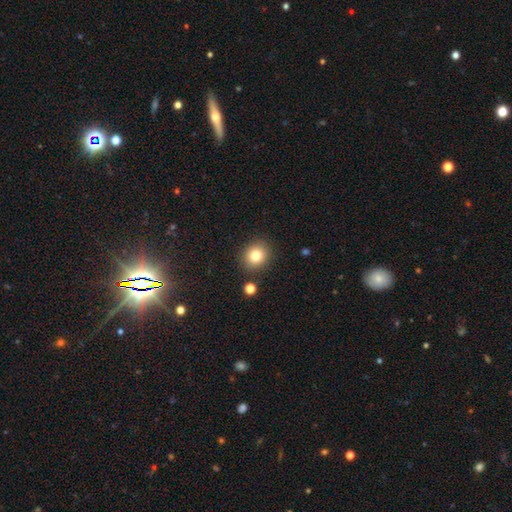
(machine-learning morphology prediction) Smooth or featured: smooth — 81% (star or artifact — 11%)
How rounded: round — 77% (in between — 23%)
Merging: none — 88% (minor disturbance — 7%)